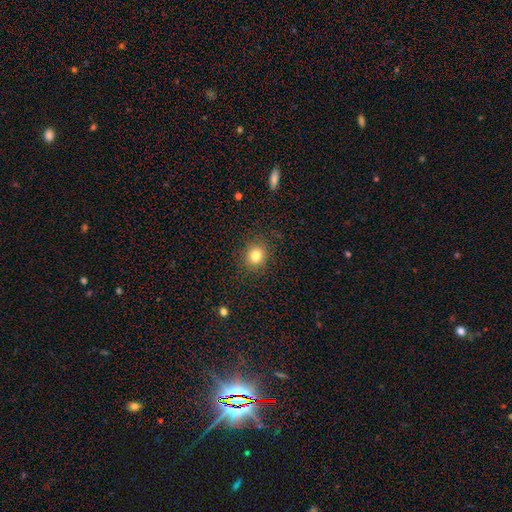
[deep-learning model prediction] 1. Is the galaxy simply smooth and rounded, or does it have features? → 81% smooth, 12% star or artifact, 7% featured or disk.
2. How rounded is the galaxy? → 80% round, 19% in between, 1% cigar-shaped.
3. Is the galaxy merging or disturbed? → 89% none, 8% minor disturbance, 3% major disturbance, 1% merger.